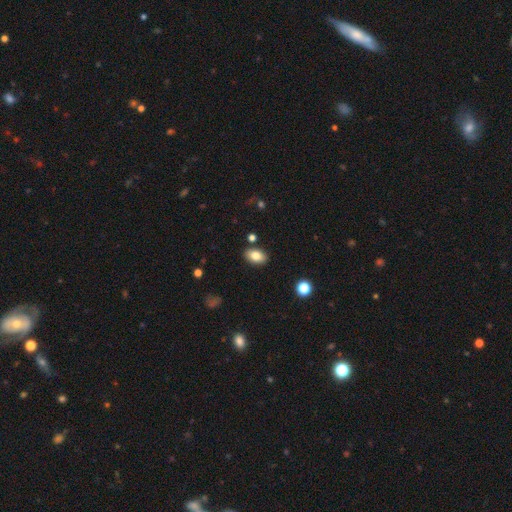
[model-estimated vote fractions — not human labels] smooth_or_featured: smooth (p=0.82) [alt: featured or disk p=0.10]
how_rounded: in between (p=0.91) [alt: round p=0.07]
merging: none (p=0.86) [alt: minor disturbance p=0.09]